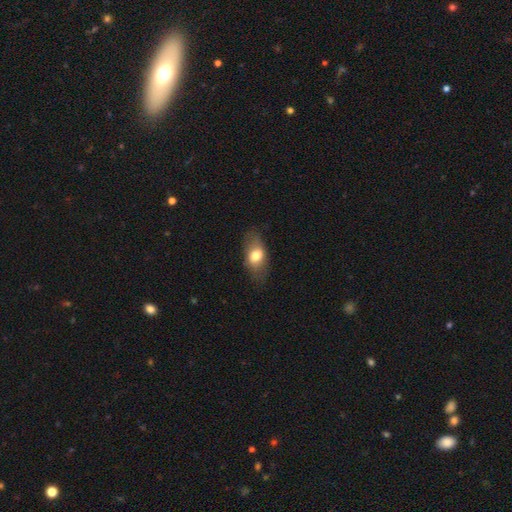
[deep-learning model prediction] smooth-or-featured: smooth: 69% | featured or disk: 24% | star or artifact: 7%
  how-rounded: in between: 86% | round: 9% | cigar-shaped: 5%
  merging: none: 75% | minor disturbance: 18% | major disturbance: 6% | merger: 1%